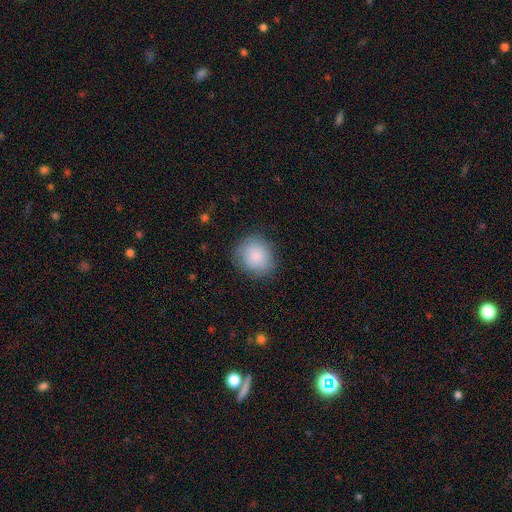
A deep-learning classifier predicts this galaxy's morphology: Overall: smooth (86%). How rounded: round (79%). Merging: none (83%).